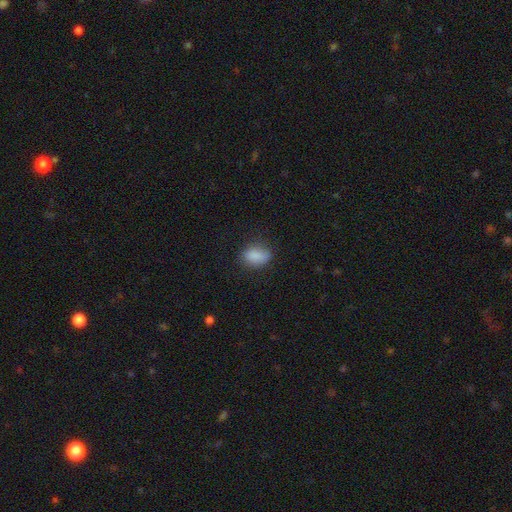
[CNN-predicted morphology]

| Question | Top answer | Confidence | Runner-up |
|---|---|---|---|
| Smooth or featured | smooth | 86% | star or artifact (8%) |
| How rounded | in between | 80% | round (17%) |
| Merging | none | 77% | minor disturbance (17%) |